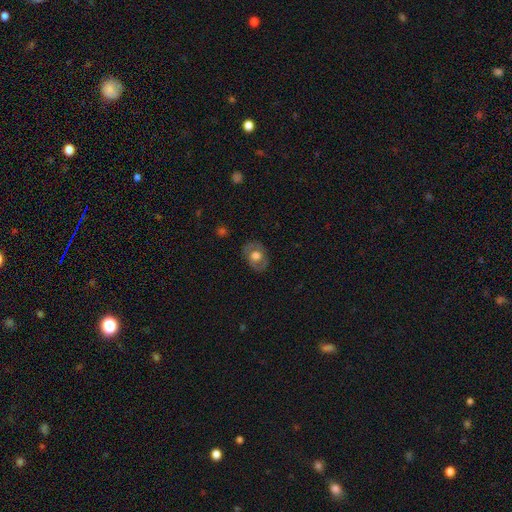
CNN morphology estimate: type=smooth (49%); merging=none (80%).